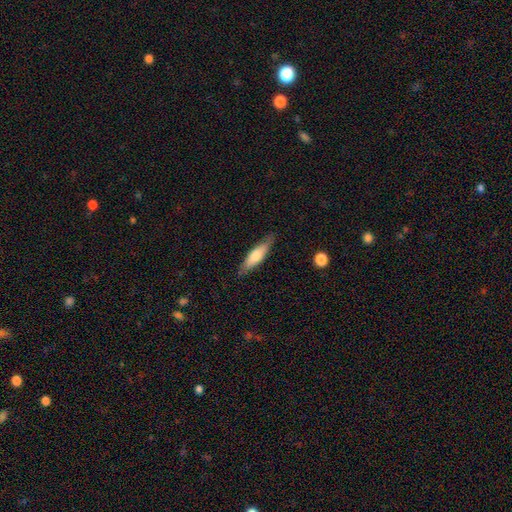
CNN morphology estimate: smooth_or_featured: smooth (p=0.63) [alt: featured or disk p=0.32]
how_rounded: cigar-shaped (p=0.62) [alt: in between p=0.36]
merging: none (p=0.81) [alt: minor disturbance p=0.15]